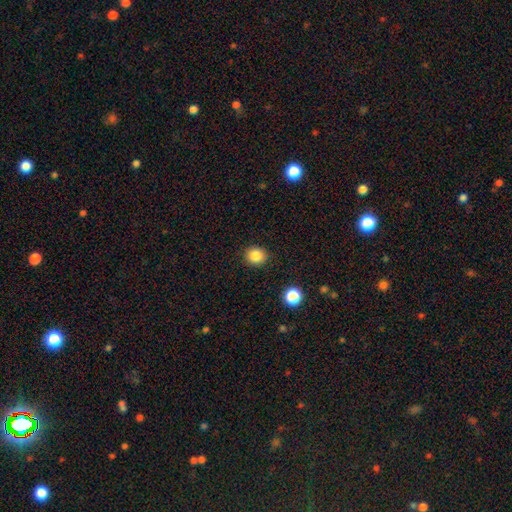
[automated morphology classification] A smooth galaxy with no disk features (85%) that is round (84%).

Vote fractions:
- Smooth or featured? smooth: 85% / star or artifact: 11% / featured or disk: 4%
- How rounded? round: 84% / in between: 16% / cigar-shaped: 1%
- Merging? none: 90% / minor disturbance: 6% / major disturbance: 2% / merger: 1%